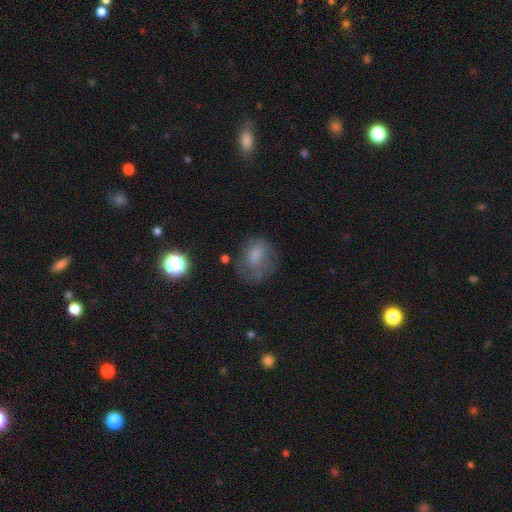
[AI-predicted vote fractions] This appears to be a smooth galaxy with no disk features (61%) that is in between round and cigar-shaped (60%). Merging: none (47%).